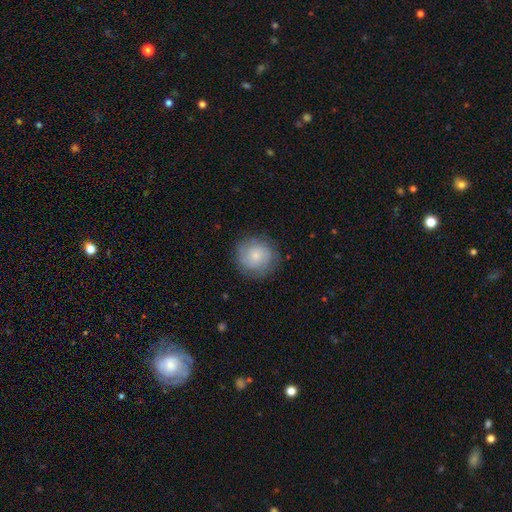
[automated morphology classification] type=smooth (68%); roundness=round (91%); merging=none (80%).